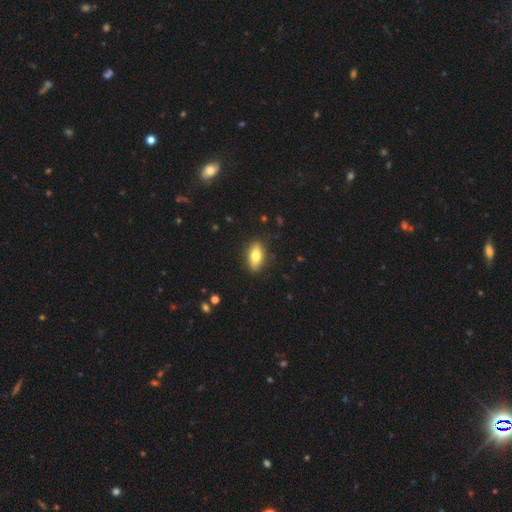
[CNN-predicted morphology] smooth 72%, featured or disk 21%, star or artifact 7%. Down the decision tree: how rounded — in between (80%); merging — none (86%).